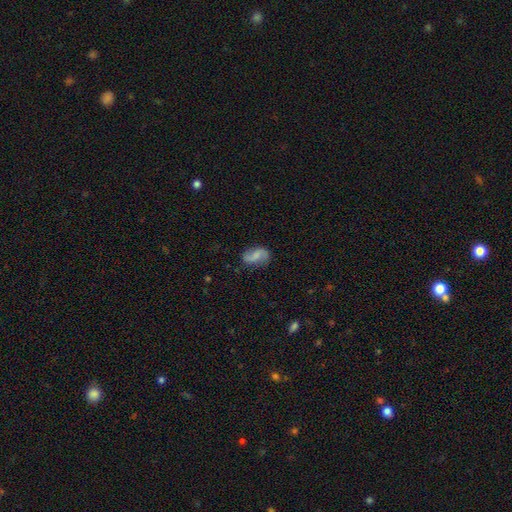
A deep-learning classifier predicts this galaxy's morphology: A featured or disk galaxy (58%) with no bar (45%), 2 (88%) loose (64%) spiral arms (90%) and no central bulge (49%). Merging: none (69%).